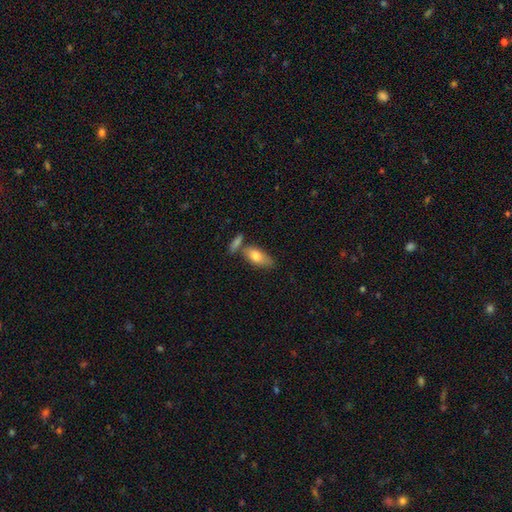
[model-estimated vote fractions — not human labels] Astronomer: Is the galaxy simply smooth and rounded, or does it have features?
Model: smooth — 75%.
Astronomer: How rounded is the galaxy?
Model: in between — 83%.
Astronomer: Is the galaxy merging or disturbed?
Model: none — 55%.